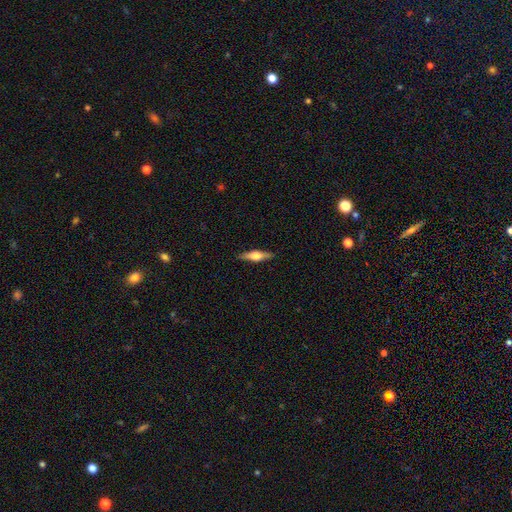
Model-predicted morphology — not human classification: smooth-or-featured: featured or disk: 60% | smooth: 35% | star or artifact: 6%
  disk-edge-on: yes: 96% | no: 4%
    edge-on-bulge: rounded: 93% | boxy: 5% | none: 2%
  merging: none: 89% | minor disturbance: 8% | major disturbance: 2% | merger: 1%